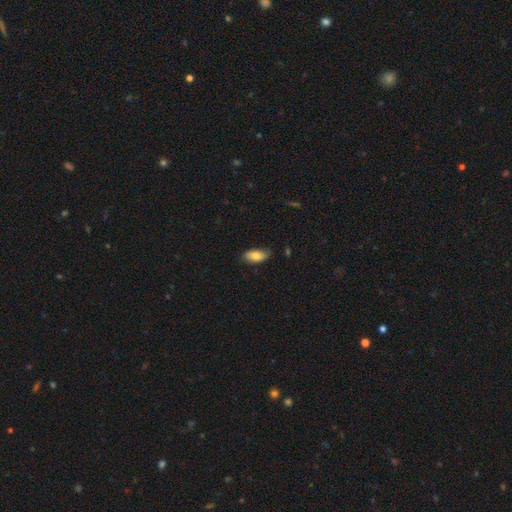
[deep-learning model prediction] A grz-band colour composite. It shows a smooth galaxy with no disk features (80%) that is in between round and cigar-shaped (90%). Merging: none (80%).